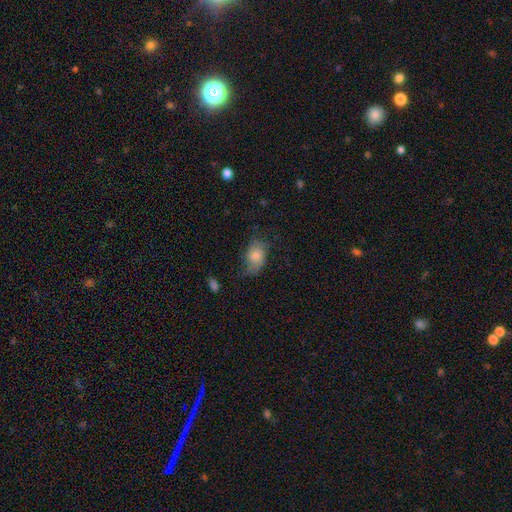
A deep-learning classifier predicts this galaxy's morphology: smooth 69%, featured or disk 23%, star or artifact 9%. Down the decision tree: how rounded — in between (82%); merging — none (47%).